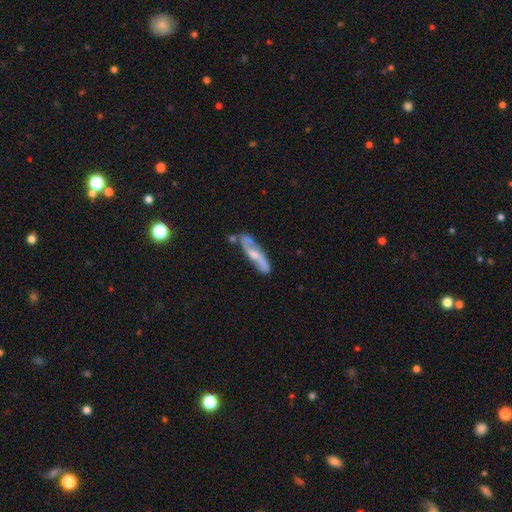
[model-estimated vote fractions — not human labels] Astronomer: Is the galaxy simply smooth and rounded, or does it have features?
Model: featured or disk — 73%.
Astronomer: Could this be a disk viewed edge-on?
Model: no — 78%.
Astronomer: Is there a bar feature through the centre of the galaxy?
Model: no — 42% (runner-up: weak, 38%).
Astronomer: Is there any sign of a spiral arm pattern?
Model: yes — 92%.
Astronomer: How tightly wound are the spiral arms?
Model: loose — 47% (runner-up: medium, 38%).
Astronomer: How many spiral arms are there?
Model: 2 — 88%.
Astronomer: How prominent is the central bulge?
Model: moderate — 49% (runner-up: small, 37%).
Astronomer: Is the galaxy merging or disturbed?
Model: none — 65%.